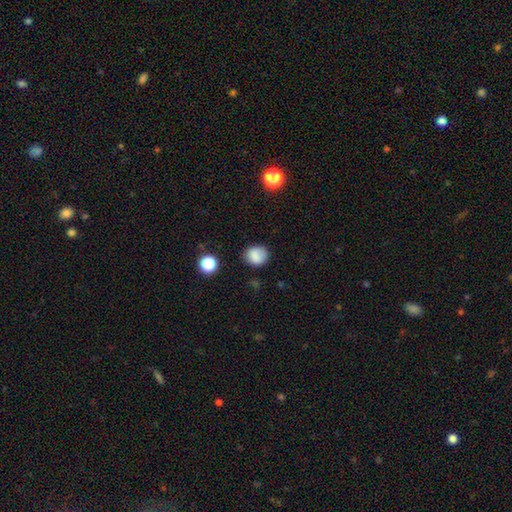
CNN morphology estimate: Overall: smooth (83%). How rounded: round (73%). Merging: none (79%).